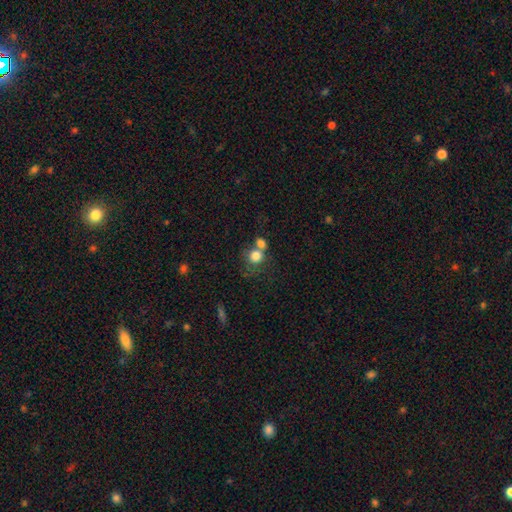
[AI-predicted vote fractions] This is likely a smooth galaxy (78%). How rounded: likely round (80%). Merging: possibly merger (48%).